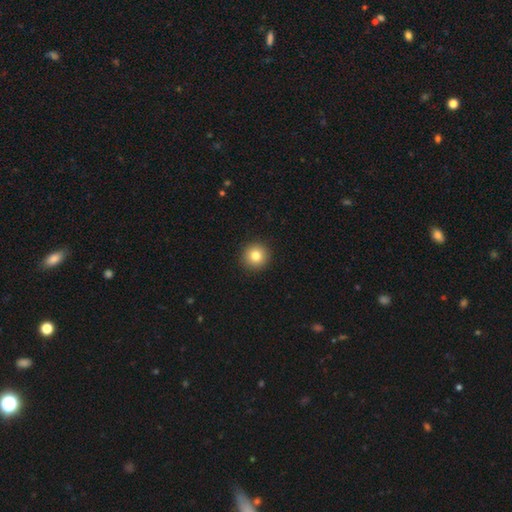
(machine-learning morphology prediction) Q: Smooth or featured?
A: smooth (81%); runner-up: star or artifact (10%)
Q: How rounded?
A: round (95%); runner-up: in between (4%)
Q: Merging?
A: none (93%); runner-up: minor disturbance (5%)